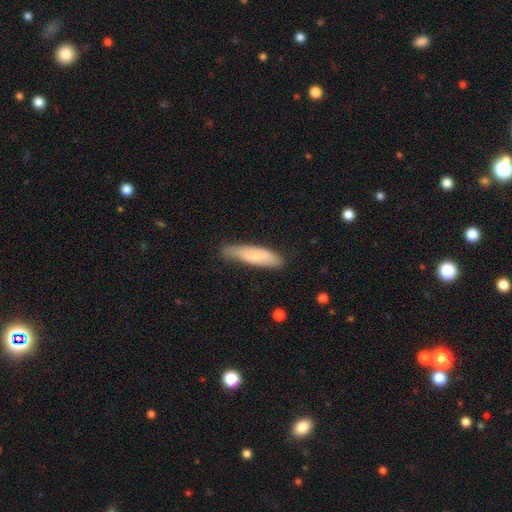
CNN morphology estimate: smooth 71%, featured or disk 23%, star or artifact 6%. Down the decision tree: how rounded — cigar-shaped (70%); merging — none (70%).